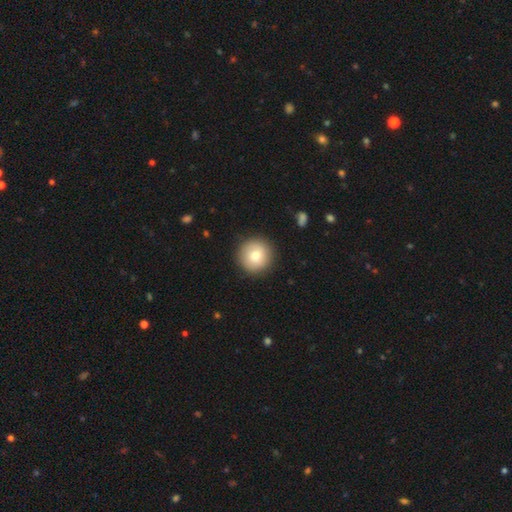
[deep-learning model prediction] This appears to be a smooth galaxy with no disk features (76%) that is round (95%). Merging: none (90%).